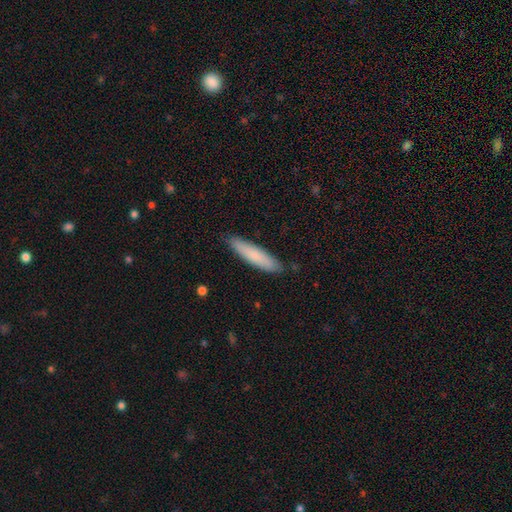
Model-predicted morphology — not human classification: smooth-or-featured: smooth: 79% | featured or disk: 16% | star or artifact: 6%
  how-rounded: cigar-shaped: 83% | in between: 16% | round: 1%
  merging: none: 87% | minor disturbance: 10% | major disturbance: 2% | merger: 1%